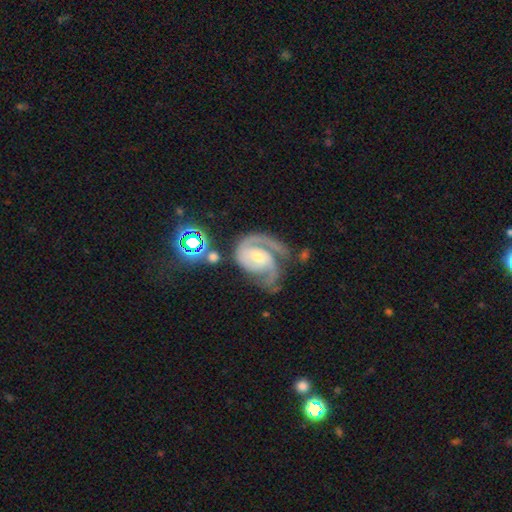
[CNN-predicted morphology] smooth-or-featured: featured or disk: 89% | star or artifact: 6% | smooth: 4%
  disk-edge-on: no: 98% | yes: 2%
    bar: no: 52% | weak: 35% | strong: 13%
    has-spiral-arms: yes: 98% | no: 2%
      spiral-winding: tight: 51% | medium: 41% | loose: 8%
      spiral-arm-count: 2: 64% | 3: 12% | 1: 12% | can't tell: 7% | 4: 2% | more than 4: 2%
    bulge-size: small: 57% | moderate: 36% | none: 3% | large: 3% | dominant: 1%
  merging: none: 52% | minor disturbance: 22% | major disturbance: 19% | merger: 7%